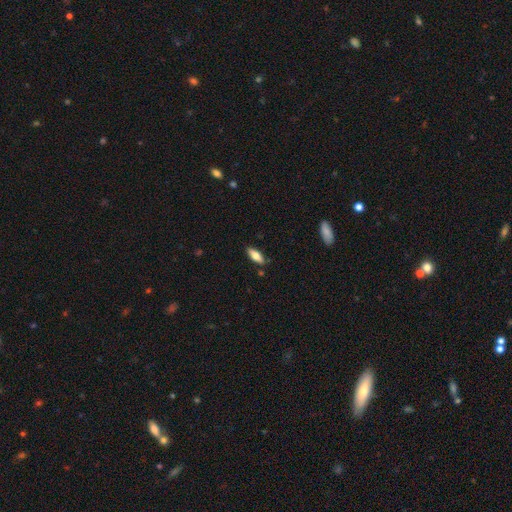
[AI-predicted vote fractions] Smooth or featured? Predicted: smooth (p=0.75). How rounded? Predicted: in between (p=0.75). Merging? Predicted: none (p=0.84).